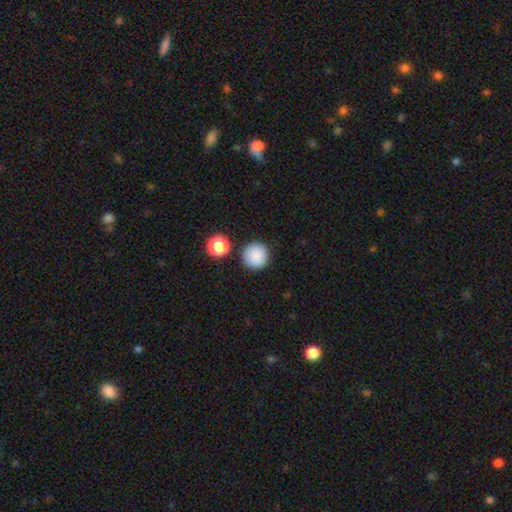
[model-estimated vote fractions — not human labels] smooth_or_featured: smooth (p=0.87) [alt: star or artifact p=0.09]
how_rounded: round (p=0.95) [alt: in between p=0.04]
merging: none (p=0.87) [alt: minor disturbance p=0.07]